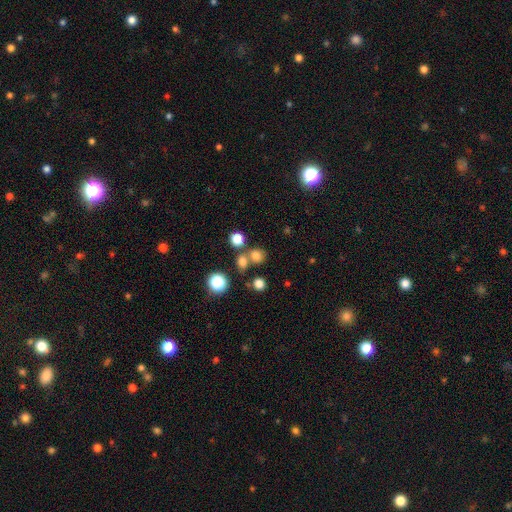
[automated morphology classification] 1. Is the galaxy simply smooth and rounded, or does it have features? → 74% smooth, 18% star or artifact, 8% featured or disk.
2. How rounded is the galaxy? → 78% round, 21% in between, 1% cigar-shaped.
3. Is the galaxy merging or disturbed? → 61% none, 27% merger, 8% minor disturbance, 4% major disturbance.